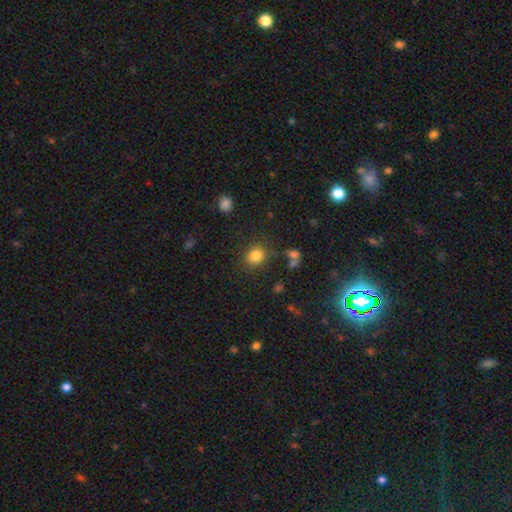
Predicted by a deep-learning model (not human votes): smooth_or_featured: smooth (p=0.82) [alt: star or artifact p=0.12]
how_rounded: round (p=0.70) [alt: in between p=0.29]
merging: none (p=0.82) [alt: minor disturbance p=0.11]